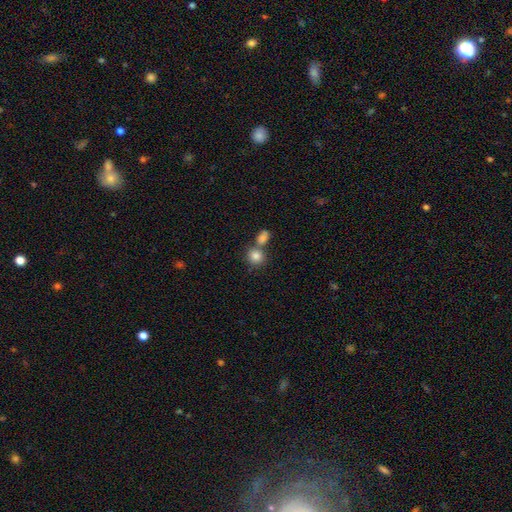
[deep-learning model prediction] Overall: smooth (83%). How rounded: round (79%). Merging: none (50%; merger 39%).